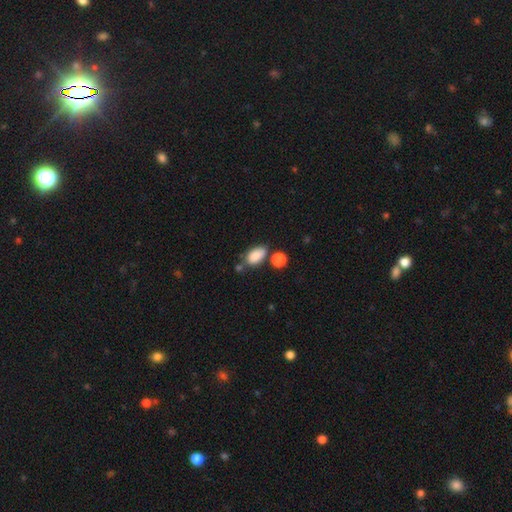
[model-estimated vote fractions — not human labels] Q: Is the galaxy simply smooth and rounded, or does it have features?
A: smooth — 86%.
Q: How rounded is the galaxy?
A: in between — 90%.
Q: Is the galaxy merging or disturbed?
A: none — 59%.